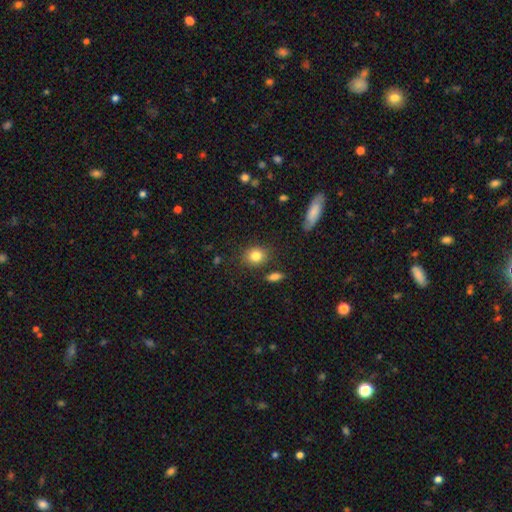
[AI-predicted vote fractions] smooth_or_featured: smooth (p=0.83) [alt: star or artifact p=0.10]
how_rounded: round (p=0.65) [alt: in between p=0.33]
merging: none (p=0.82) [alt: minor disturbance p=0.11]